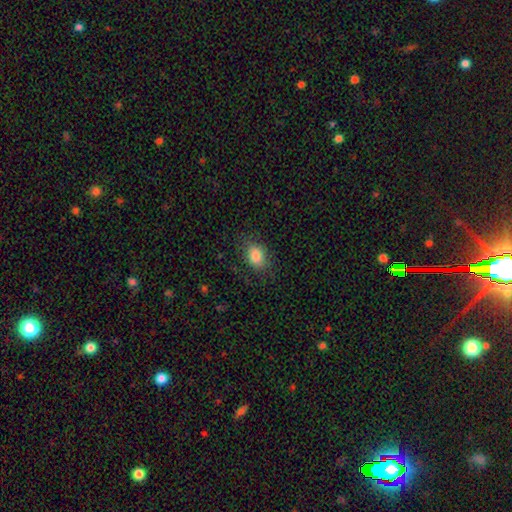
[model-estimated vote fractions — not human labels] smooth-or-featured: smooth: 84% | star or artifact: 9% | featured or disk: 8%
  how-rounded: in between: 73% | round: 26% | cigar-shaped: 1%
  merging: none: 77% | minor disturbance: 15% | major disturbance: 7% | merger: 1%